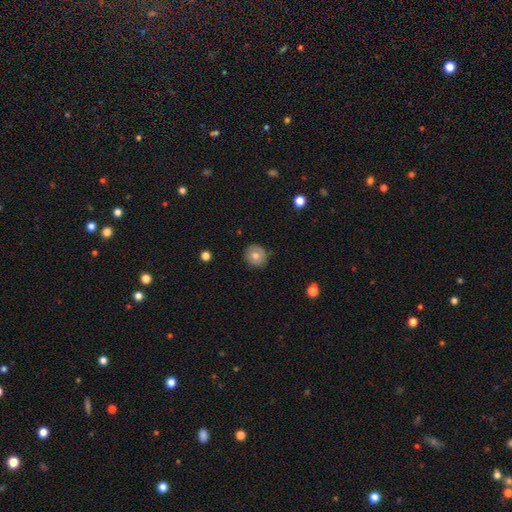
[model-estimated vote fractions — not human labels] Q: Smooth or featured?
A: smooth (70%); runner-up: featured or disk (21%)
Q: How rounded?
A: round (89%); runner-up: in between (10%)
Q: Merging?
A: none (86%); runner-up: minor disturbance (11%)